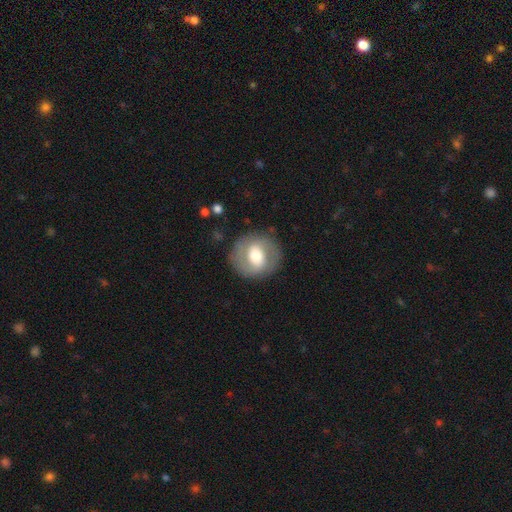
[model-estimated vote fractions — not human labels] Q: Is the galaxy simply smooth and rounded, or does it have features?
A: featured or disk — 54%.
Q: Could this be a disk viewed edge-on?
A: no — 96%.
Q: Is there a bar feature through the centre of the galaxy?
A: weak — 44%.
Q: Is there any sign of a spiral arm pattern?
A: yes — 59%.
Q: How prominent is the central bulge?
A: moderate — 65%.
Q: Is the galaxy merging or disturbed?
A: none — 83%.